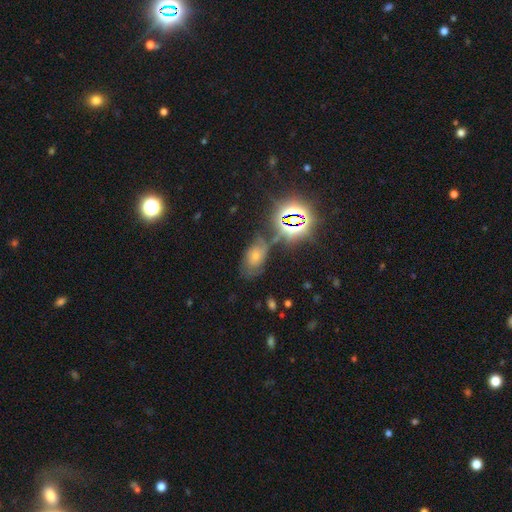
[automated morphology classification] Smooth or featured: star or artifact — 50% (smooth — 27%)